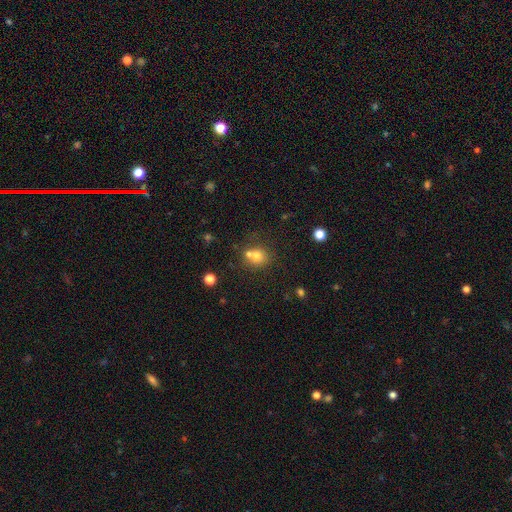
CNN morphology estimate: Smooth or featured: smooth — 73% (star or artifact — 15%)
How rounded: round — 82% (in between — 17%)
Merging: none — 53% (merger — 35%)